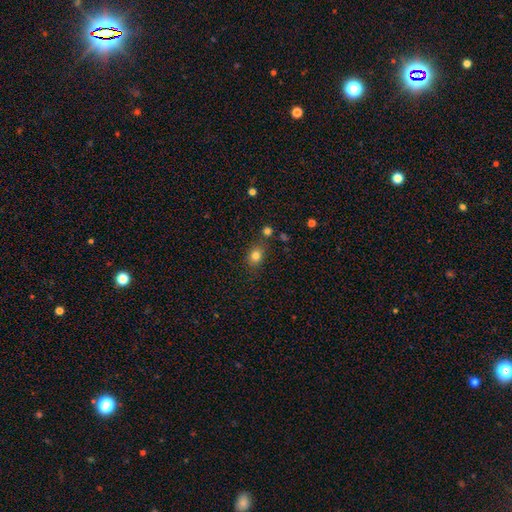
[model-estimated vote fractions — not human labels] Overall: smooth (81%). How rounded: round (54%; in between 45%). Merging: none (76%).